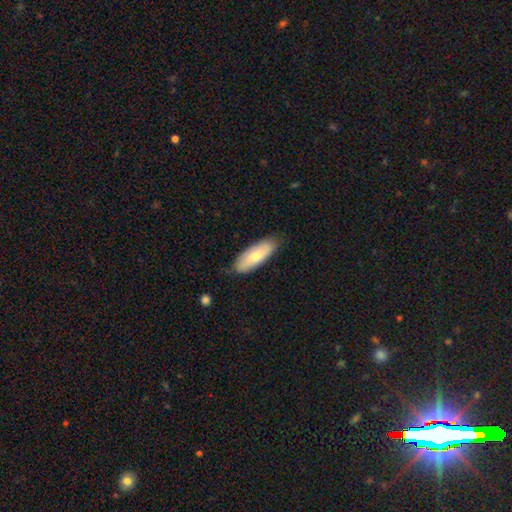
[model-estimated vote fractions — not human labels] The model was most divided on "how rounded": in between: 72%, cigar-shaped: 27%, round: 2%. More confident: merging — none (81%); smooth or featured — smooth (72%).